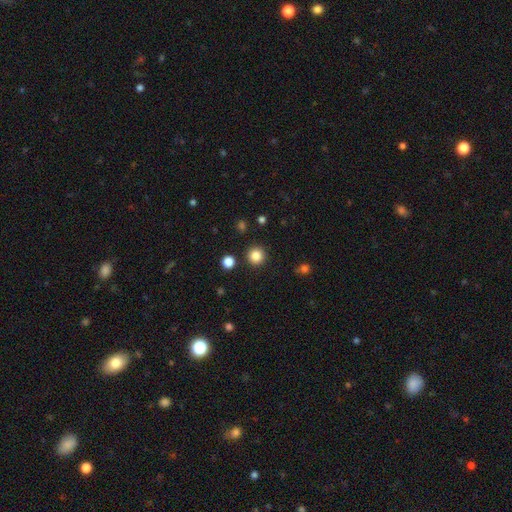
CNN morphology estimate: type=smooth (85%); roundness=round (96%); merging=none (91%).